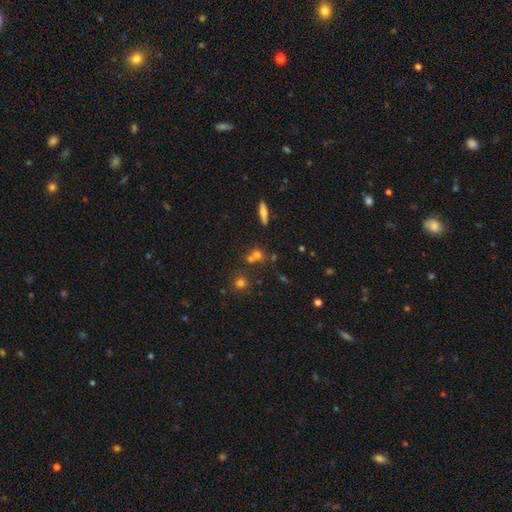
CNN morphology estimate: A smooth galaxy with no disk features (62%) that is round (72%).

Vote fractions:
- Smooth or featured? smooth: 62% / star or artifact: 20% / featured or disk: 18%
- How rounded? round: 72% / in between: 24% / cigar-shaped: 4%
- Merging? none: 46% / merger: 41% / minor disturbance: 9% / major disturbance: 4%